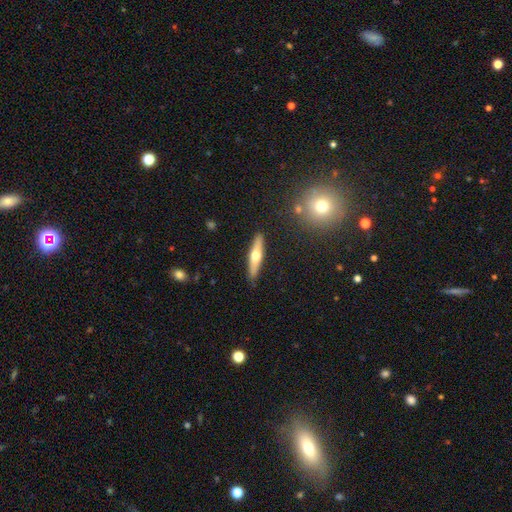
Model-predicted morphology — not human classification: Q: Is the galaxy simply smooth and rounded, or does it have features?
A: featured or disk — 48%.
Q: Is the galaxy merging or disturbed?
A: none — 89%.